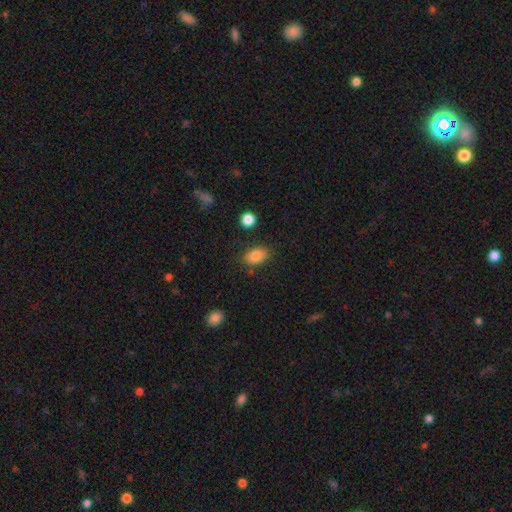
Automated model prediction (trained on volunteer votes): Q: Smooth or featured?
A: smooth (85%); runner-up: star or artifact (9%)
Q: How rounded?
A: in between (87%); runner-up: round (11%)
Q: Merging?
A: none (78%); runner-up: minor disturbance (14%)